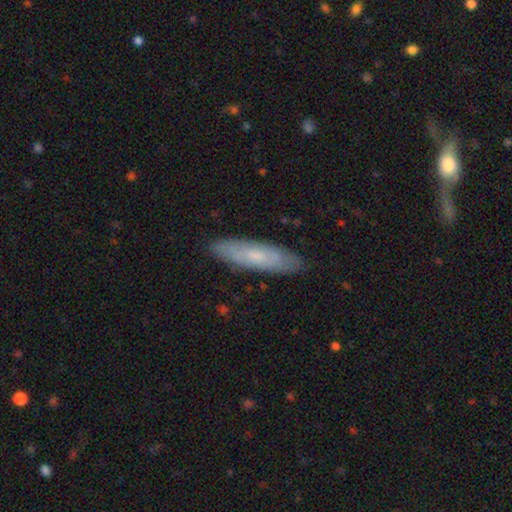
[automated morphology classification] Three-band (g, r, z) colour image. It shows a smooth galaxy with no disk features (54%) that is cigar-shaped (65%). Merging: none (86%).